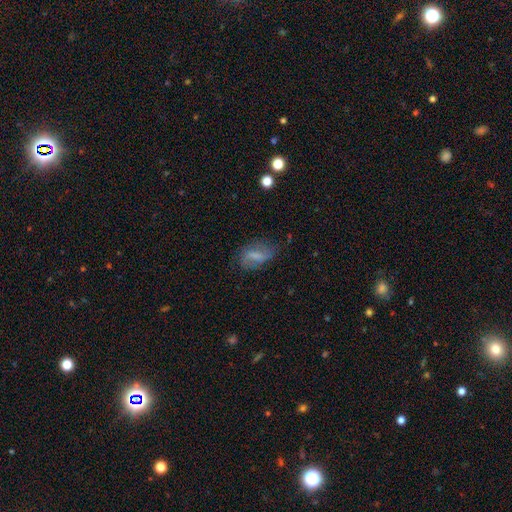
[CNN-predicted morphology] smooth-or-featured: smooth: 51% | featured or disk: 40% | star or artifact: 9%
  how-rounded: in between: 84% | round: 10% | cigar-shaped: 6%
  merging: none: 57% | minor disturbance: 27% | major disturbance: 14% | merger: 2%